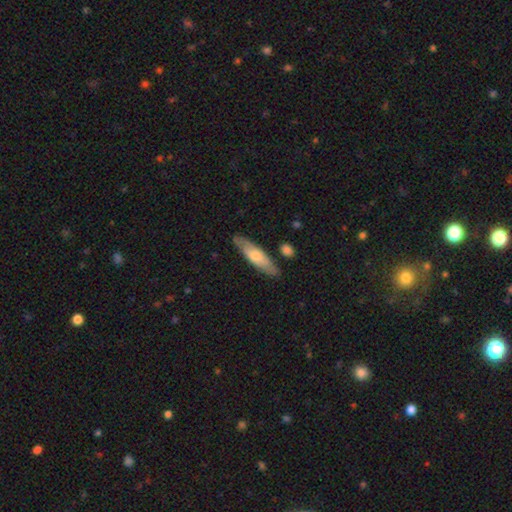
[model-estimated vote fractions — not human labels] smooth 54%, featured or disk 41%, star or artifact 5%. Down the decision tree: how rounded — cigar-shaped (64%); merging — none (82%).